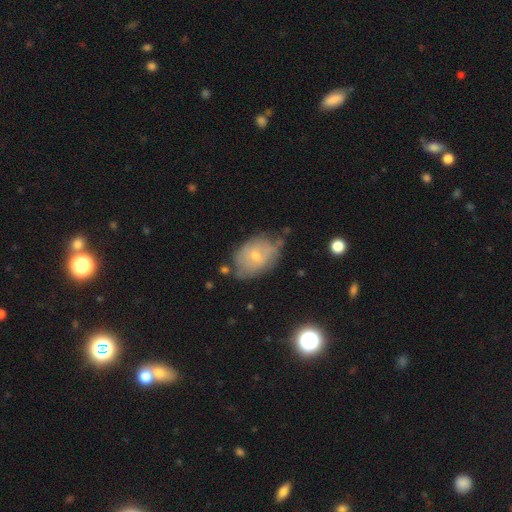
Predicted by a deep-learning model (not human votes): smooth-or-featured: smooth: 51% | featured or disk: 41% | star or artifact: 8%
  how-rounded: in between: 76% | round: 23% | cigar-shaped: 1%
  merging: none: 49% | minor disturbance: 34% | major disturbance: 11% | merger: 6%